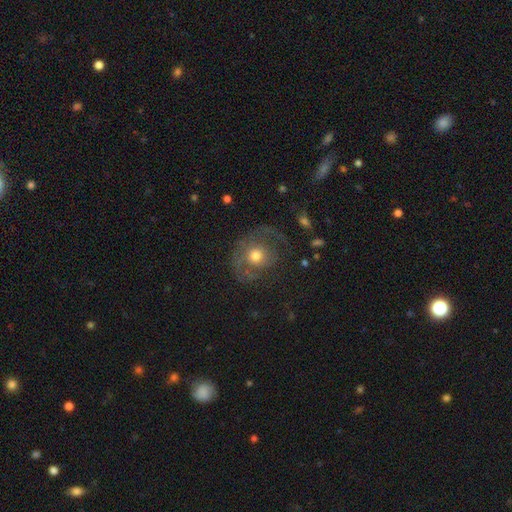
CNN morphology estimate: featured or disk 53%, smooth 37%, star or artifact 10%. Down the decision tree: edge-on disk — no (96%); bar — no (85%); spiral arms — yes (57%); bulge size — moderate (66%); merging — none (53%).